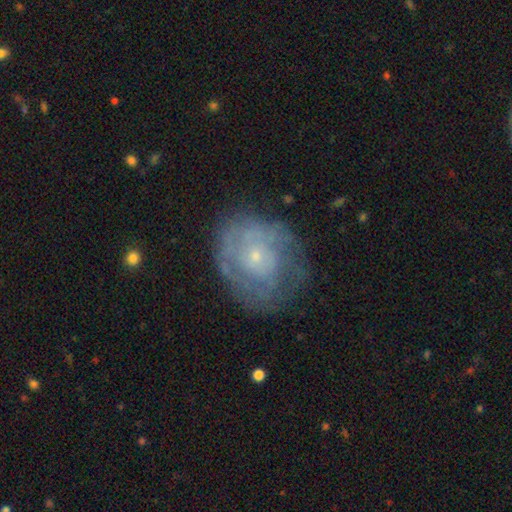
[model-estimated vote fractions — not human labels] A featured or disk galaxy (67%) with no bar (84%), spiral arms (68%) and a small central bulge (79%).

Vote fractions:
- Smooth or featured? featured or disk: 67% / smooth: 25% / star or artifact: 8%
- Edge-on disk? no: 97% / yes: 3%
- Bar? no: 84% / weak: 14% / strong: 2%
- Spiral arms? yes: 68% / no: 32%
- Bulge size? small: 79% / moderate: 16% / none: 2% / large: 1% / dominant: 1%
- Merging? none: 63% / minor disturbance: 22% / major disturbance: 13% / merger: 2%